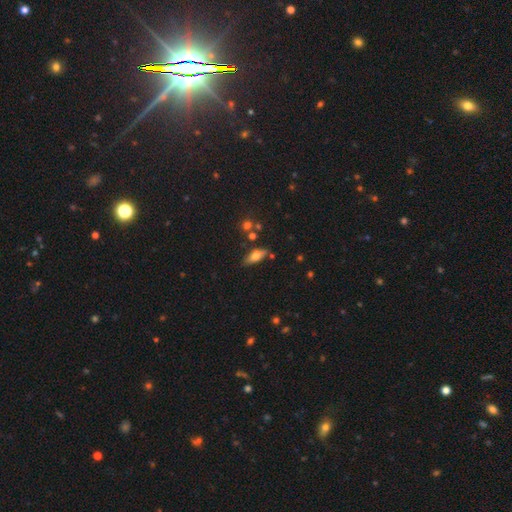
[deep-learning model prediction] A smooth galaxy with no disk features (69%) that is in between round and cigar-shaped (77%).

Vote fractions:
- Smooth or featured? smooth: 69% / featured or disk: 22% / star or artifact: 9%
- How rounded? in between: 77% / cigar-shaped: 20% / round: 4%
- Merging? none: 68% / minor disturbance: 20% / merger: 7% / major disturbance: 5%